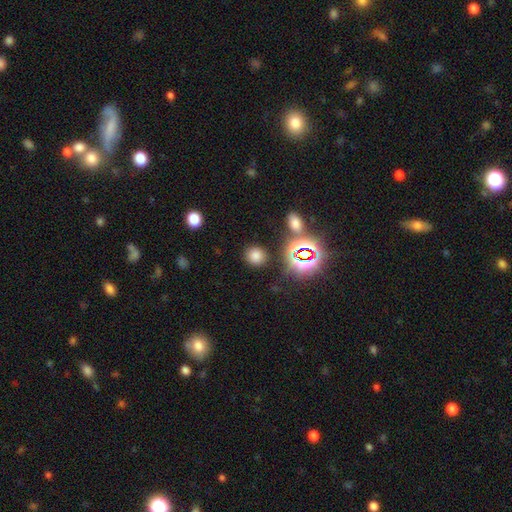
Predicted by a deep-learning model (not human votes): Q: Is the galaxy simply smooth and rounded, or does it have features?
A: smooth — 73%.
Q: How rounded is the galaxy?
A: round — 80%.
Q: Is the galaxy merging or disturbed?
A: none — 85%.